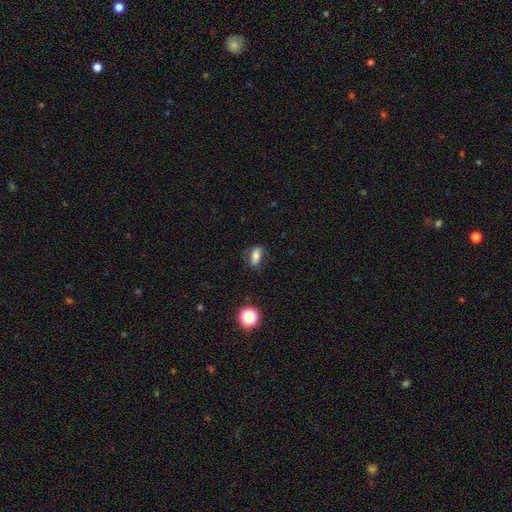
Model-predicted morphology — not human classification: smooth-or-featured: smooth: 76% | featured or disk: 13% | star or artifact: 11%
  how-rounded: in between: 81% | cigar-shaped: 10% | round: 9%
  merging: none: 74% | minor disturbance: 19% | major disturbance: 5% | merger: 2%